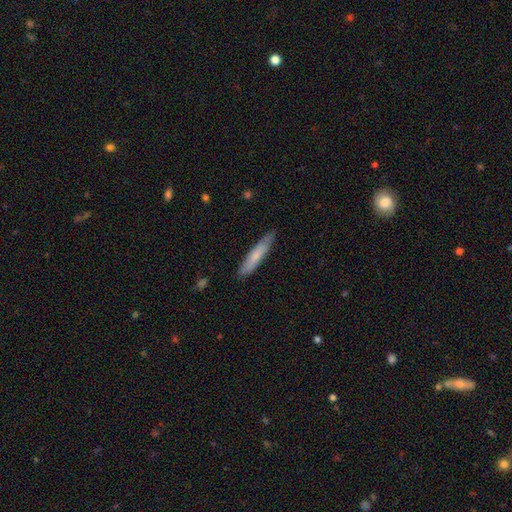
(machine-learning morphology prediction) Overall: smooth (70%). How rounded: cigar-shaped (90%). Merging: none (84%).